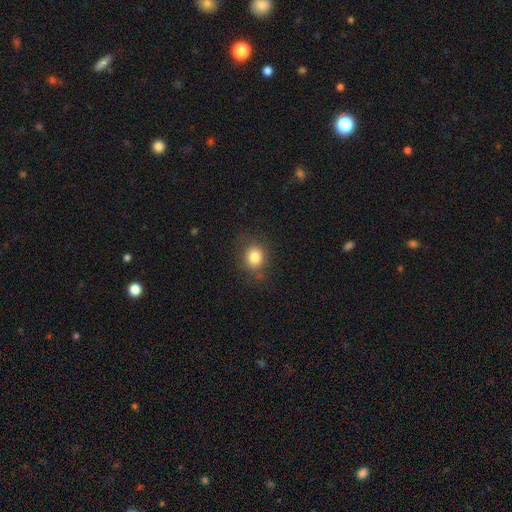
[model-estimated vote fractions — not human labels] A smooth galaxy with no disk features (82%) that is round (69%).

Vote fractions:
- Smooth or featured? smooth: 82% / star or artifact: 11% / featured or disk: 6%
- How rounded? round: 69% / in between: 30% / cigar-shaped: 1%
- Merging? none: 80% / minor disturbance: 15% / major disturbance: 4% / merger: 1%